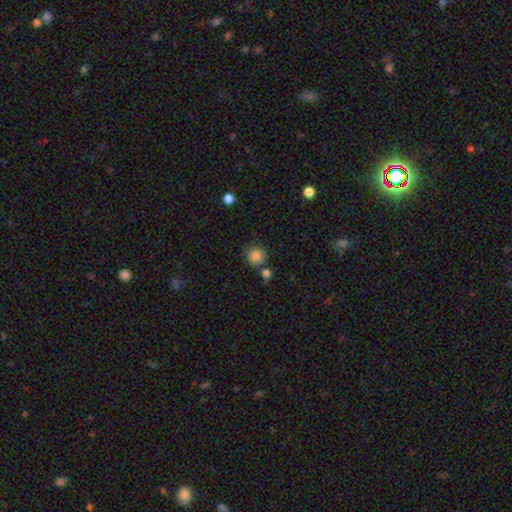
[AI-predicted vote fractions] Q: Smooth or featured?
A: smooth (85%); runner-up: star or artifact (10%)
Q: How rounded?
A: round (93%); runner-up: in between (6%)
Q: Merging?
A: none (77%); runner-up: merger (10%)